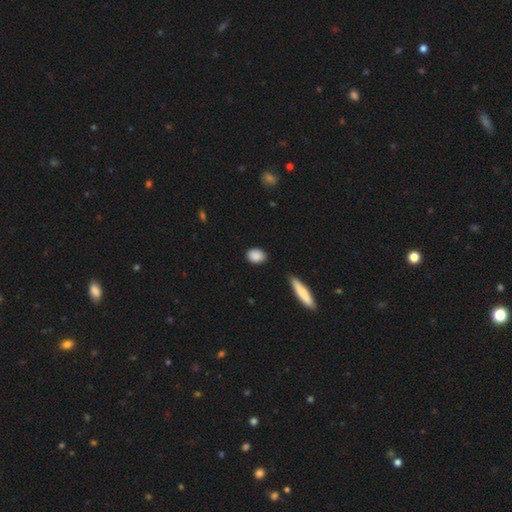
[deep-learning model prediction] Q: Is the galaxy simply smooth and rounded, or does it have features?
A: smooth — 88%.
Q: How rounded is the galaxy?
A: in between — 69%.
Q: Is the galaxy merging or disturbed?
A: none — 85%.